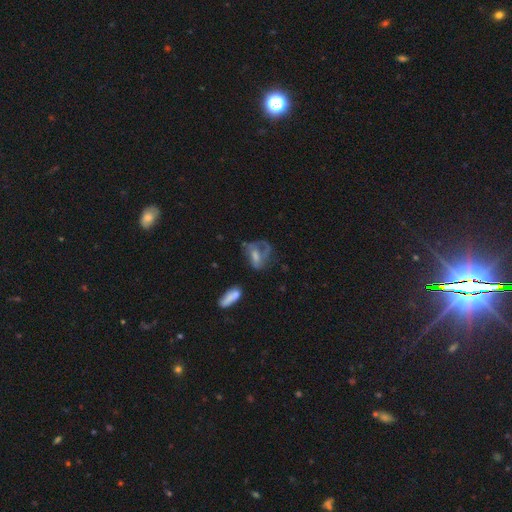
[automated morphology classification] Q: Smooth or featured?
A: featured or disk (50%); runner-up: smooth (39%)
Q: Edge-on disk?
A: no (94%); runner-up: yes (6%)
Q: Merging?
A: major disturbance (38%); runner-up: none (34%)